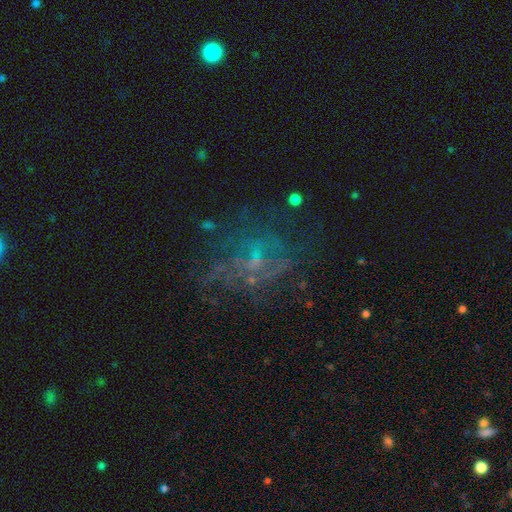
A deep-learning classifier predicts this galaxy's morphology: type=featured or disk (54%); edge-on=no (97%); bar=no (75%); spiral arms=no (60%); bulge=small (46%); merging=none (57%).